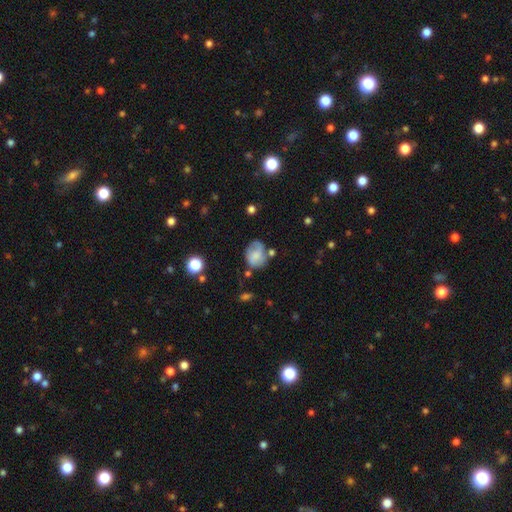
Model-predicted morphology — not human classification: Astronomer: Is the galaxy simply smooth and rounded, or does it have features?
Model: smooth — 66%.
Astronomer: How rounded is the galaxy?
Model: round — 50% (runner-up: in between, 49%).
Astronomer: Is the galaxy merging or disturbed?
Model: none — 49% (runner-up: minor disturbance, 28%).